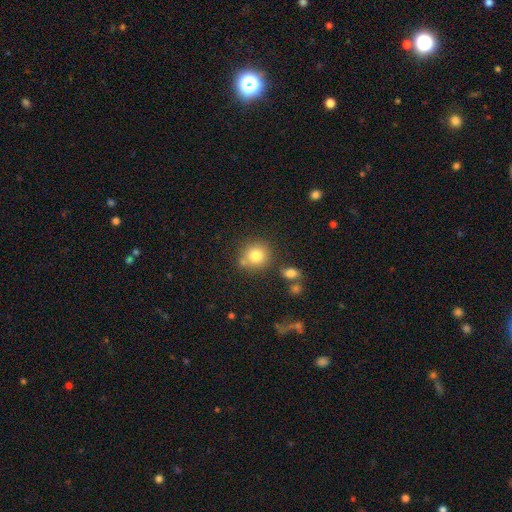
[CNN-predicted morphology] Overall: smooth (79%). How rounded: round (87%). Merging: none (72%).